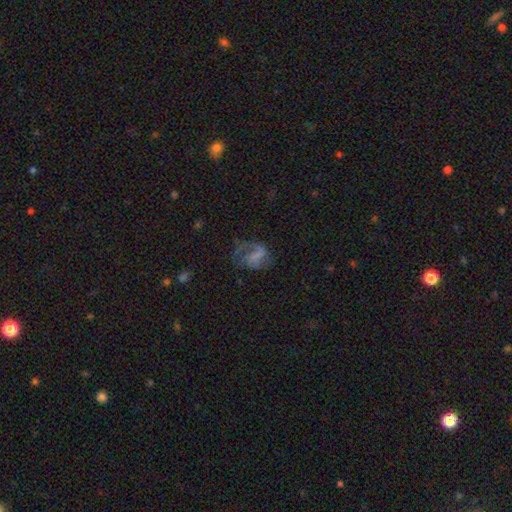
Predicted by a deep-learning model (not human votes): Smooth or featured? featured or disk (58%)
Edge-on disk? no (98%)
Bar? no (41%)
Spiral arms? yes (77%)
Bulge size? none (63%)
Merging? none (40%)